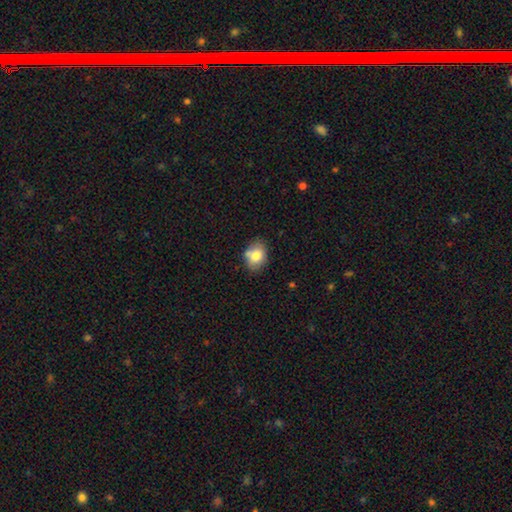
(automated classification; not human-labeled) smooth_or_featured: smooth (p=0.78) [alt: featured or disk p=0.13]
how_rounded: in between (p=0.66) [alt: round p=0.33]
merging: none (p=0.67) [alt: minor disturbance p=0.20]